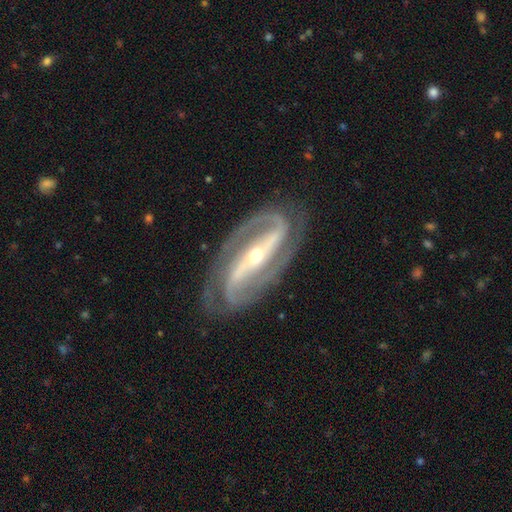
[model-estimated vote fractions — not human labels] Smooth or featured: featured or disk — 92% (star or artifact — 4%)
Edge-on disk: no — 95% (yes — 5%)
Bar: strong — 75% (weak — 15%)
Spiral arms: yes — 98% (no — 2%)
Spiral winding: medium — 49% (tight — 38%)
Spiral arm count: 2 — 91% (3 — 3%)
Bulge size: small — 59% (moderate — 38%)
Merging: none — 82% (minor disturbance — 12%)